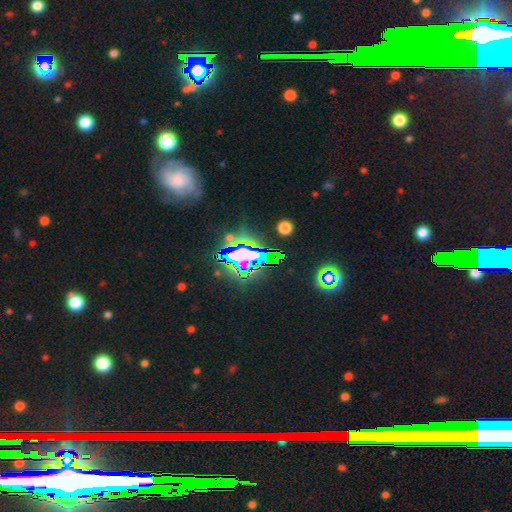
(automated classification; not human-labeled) A star or artifact, not a galaxy (69%).

Vote fractions:
- Smooth or featured? star or artifact: 69% / featured or disk: 16% / smooth: 15%